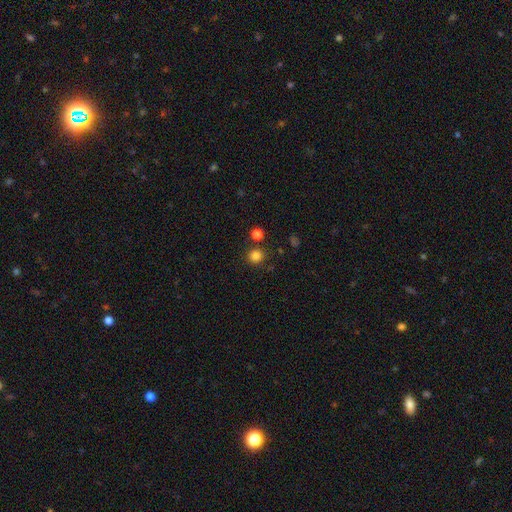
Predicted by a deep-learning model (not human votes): This appears to be a smooth galaxy with no disk features (82%) that is round (92%). Merging: none (85%).